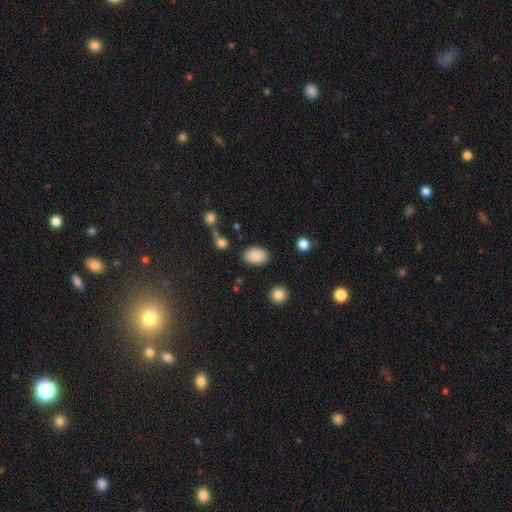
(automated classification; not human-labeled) smooth 87%, star or artifact 8%, featured or disk 6%. Down the decision tree: how rounded — in between (88%); merging — none (83%).